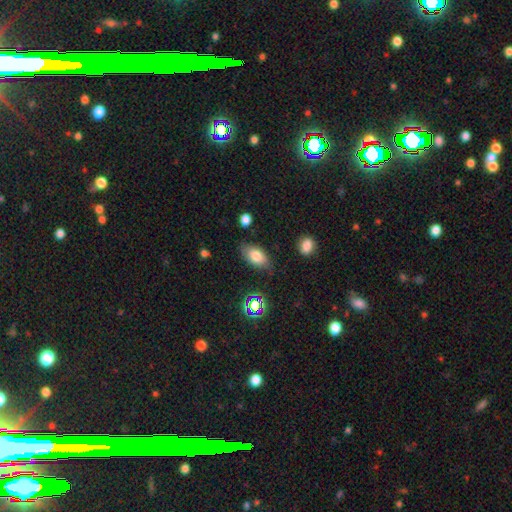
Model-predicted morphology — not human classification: This appears to be a smooth galaxy with no disk features (77%) that is in between round and cigar-shaped (90%). Merging: none (77%).